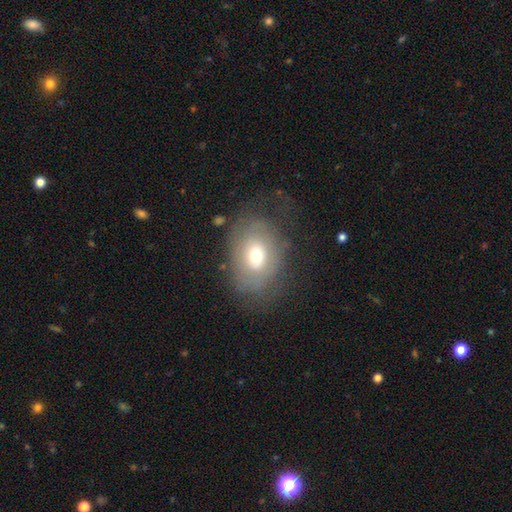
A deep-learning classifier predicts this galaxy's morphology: The model was most divided on "smooth or featured": smooth: 50%, featured or disk: 40%, star or artifact: 10%. More confident: merging — none (60%).